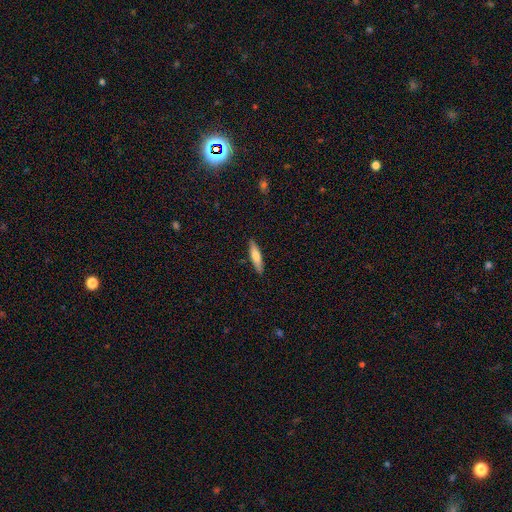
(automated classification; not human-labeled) A smooth galaxy with no disk features (65%) that is cigar-shaped (78%).

Vote fractions:
- Smooth or featured? smooth: 65% / featured or disk: 29% / star or artifact: 6%
- How rounded? cigar-shaped: 78% / in between: 20% / round: 2%
- Merging? none: 88% / minor disturbance: 9% / major disturbance: 2% / merger: 1%